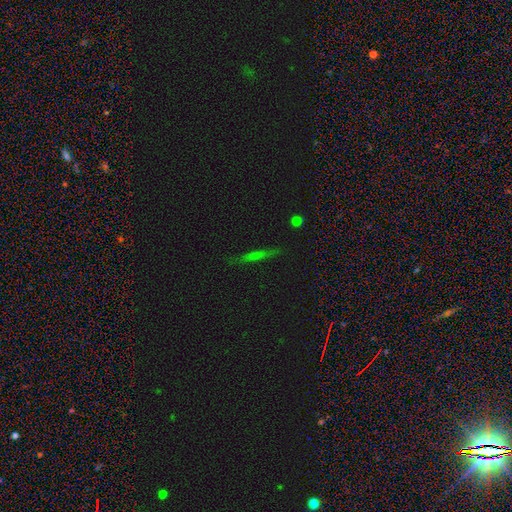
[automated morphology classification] This is possibly a smooth galaxy (48%). Merging: clearly none (84%).